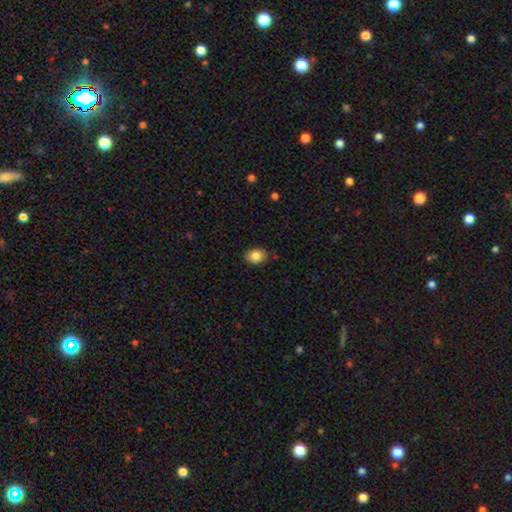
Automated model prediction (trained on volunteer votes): smooth_or_featured: smooth (p=0.85) [alt: star or artifact p=0.08]
how_rounded: in between (p=0.65) [alt: round p=0.34]
merging: none (p=0.84) [alt: minor disturbance p=0.12]